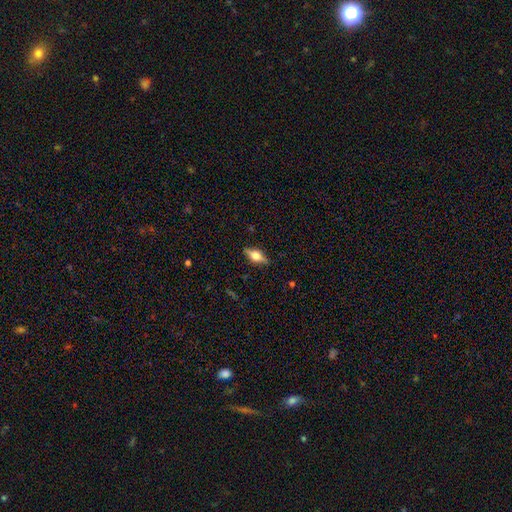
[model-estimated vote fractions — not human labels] Smooth or featured?
  - featured or disk: 48% *
  - smooth: 44%
  - star or artifact: 8%
Merging?
  - none: 85% *
  - minor disturbance: 11%
  - major disturbance: 3%
  - merger: 1%